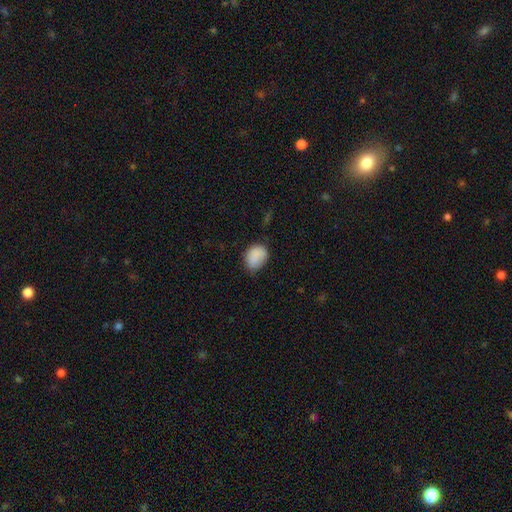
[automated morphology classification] The model was most divided on "how rounded": in between: 58%, round: 41%, cigar-shaped: 1%. More confident: smooth or featured — smooth (86%); merging — none (66%).